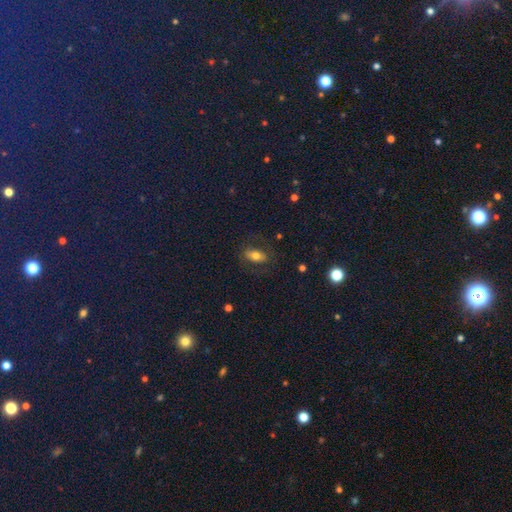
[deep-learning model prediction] This is likely a smooth galaxy (64%). How rounded: clearly in between (84%). Merging: likely none (77%).